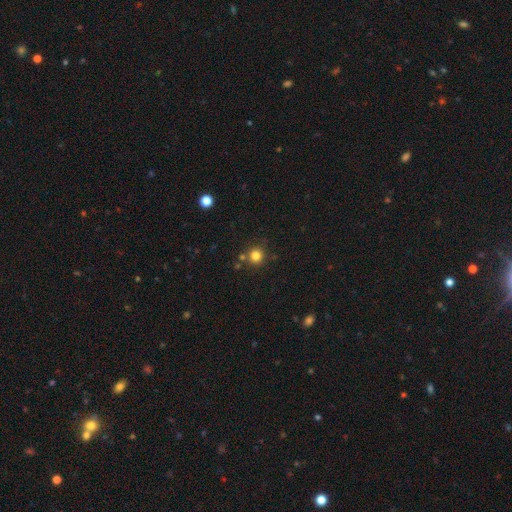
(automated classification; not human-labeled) Smooth or featured? Predicted: smooth (p=0.81). How rounded? Predicted: round (p=0.94). Merging? Predicted: none (p=0.81).